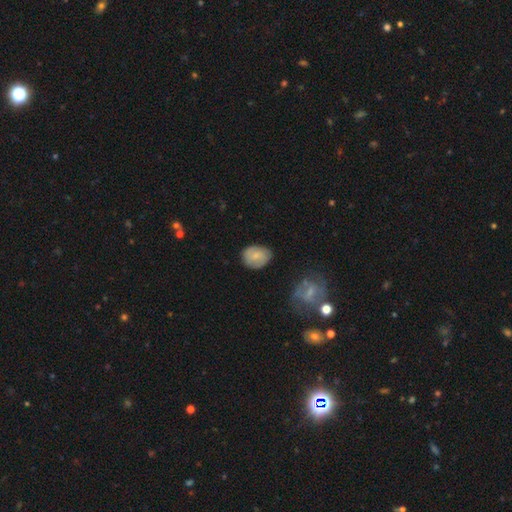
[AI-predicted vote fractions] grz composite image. It shows a smooth galaxy with no disk features (67%) that is in between round and cigar-shaped (57%). Merging: none (74%).